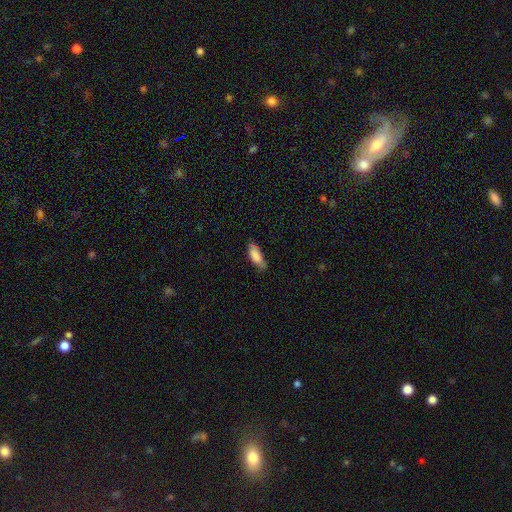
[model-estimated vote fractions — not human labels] This is clearly a smooth galaxy (84%). How rounded: likely in between (74%). Merging: likely none (71%).